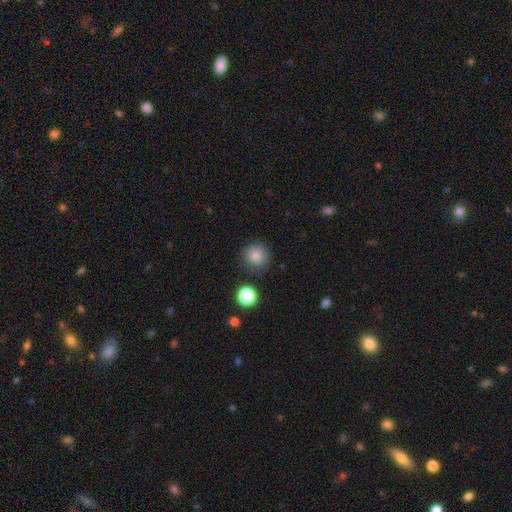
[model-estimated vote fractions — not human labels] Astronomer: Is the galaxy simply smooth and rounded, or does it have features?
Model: smooth — 83%.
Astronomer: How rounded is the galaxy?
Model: round — 93%.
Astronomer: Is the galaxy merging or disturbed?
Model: none — 84%.